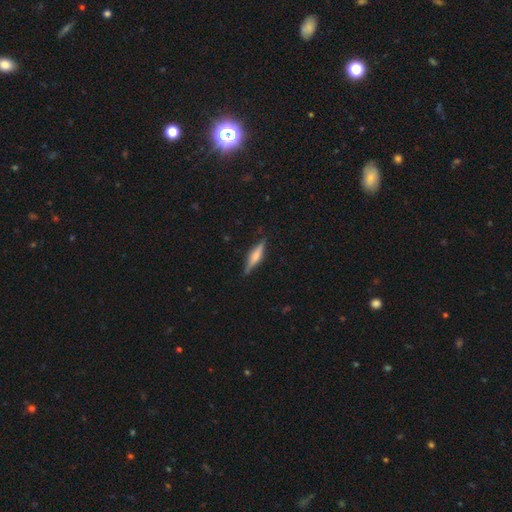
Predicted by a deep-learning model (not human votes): smooth-or-featured: featured or disk: 55% | smooth: 38% | star or artifact: 7%
  disk-edge-on: yes: 96% | no: 4%
    edge-on-bulge: rounded: 67% | boxy: 24% | none: 9%
  merging: none: 86% | minor disturbance: 11% | major disturbance: 2% | merger: 1%